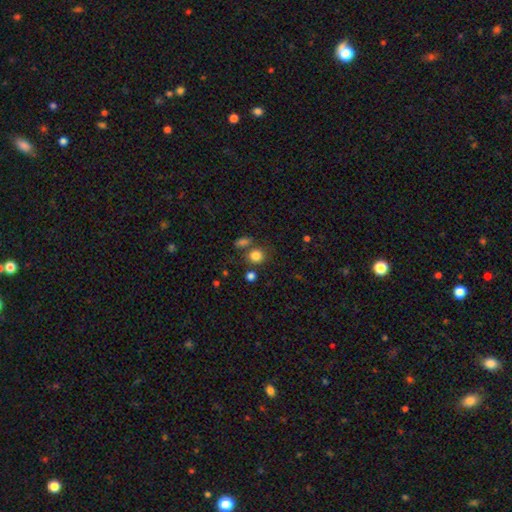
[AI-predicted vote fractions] This appears to be a smooth galaxy with no disk features (82%) that is round (82%). Merging: none (69%).